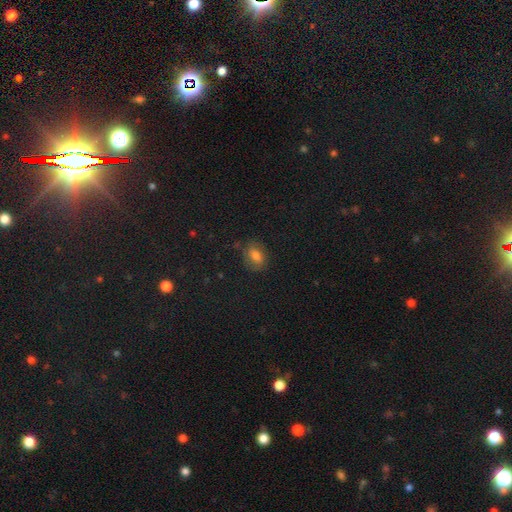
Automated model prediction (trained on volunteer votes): This appears to be a smooth galaxy with no disk features (75%) that is in between round and cigar-shaped (74%). Merging: none (77%).